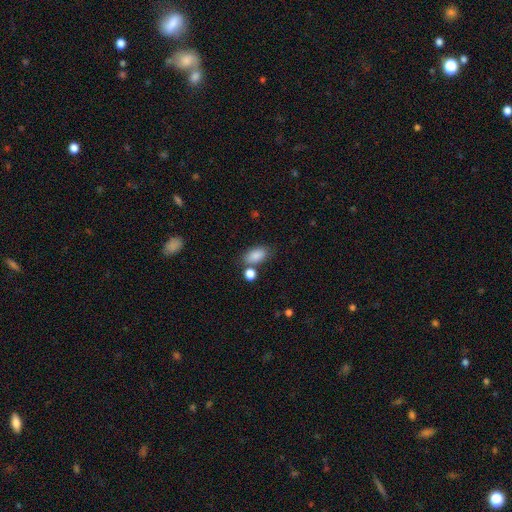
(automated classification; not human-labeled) smooth-or-featured: smooth: 86% | star or artifact: 8% | featured or disk: 6%
  how-rounded: in between: 90% | round: 7% | cigar-shaped: 3%
  merging: none: 64% | merger: 17% | minor disturbance: 15% | major disturbance: 5%